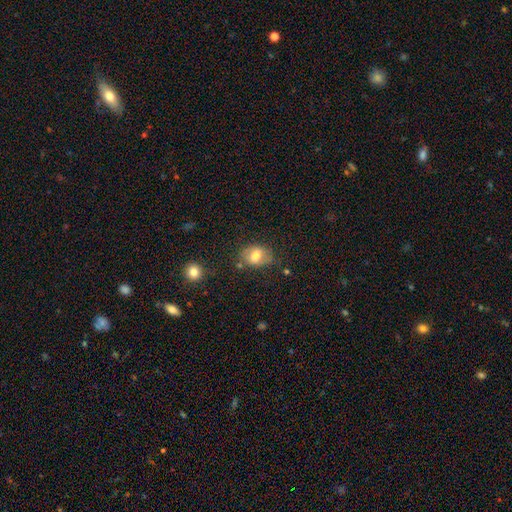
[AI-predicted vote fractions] smooth 67%, featured or disk 25%, star or artifact 9%. Down the decision tree: how rounded — in between (69%); merging — none (66%).